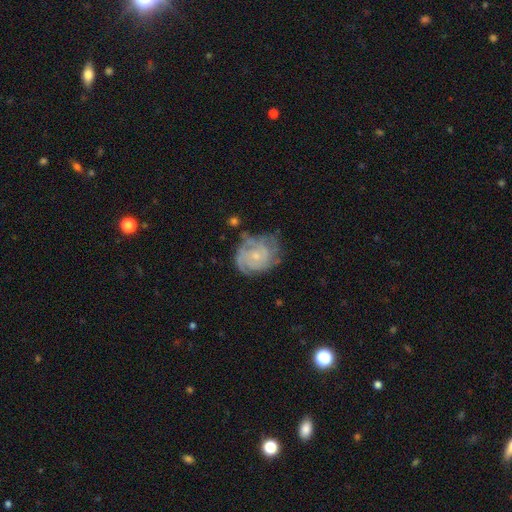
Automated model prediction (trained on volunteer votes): Q: Smooth or featured?
A: featured or disk (79%); runner-up: smooth (14%)
Q: Edge-on disk?
A: no (98%); runner-up: yes (2%)
Q: Bar?
A: no (73%); runner-up: weak (24%)
Q: Spiral arms?
A: yes (93%); runner-up: no (7%)
Q: Spiral winding?
A: tight (65%); runner-up: medium (28%)
Q: Spiral arm count?
A: can't tell (34%); runner-up: 3 (24%)
Q: Bulge size?
A: small (69%); runner-up: moderate (24%)
Q: Merging?
A: none (58%); runner-up: minor disturbance (26%)